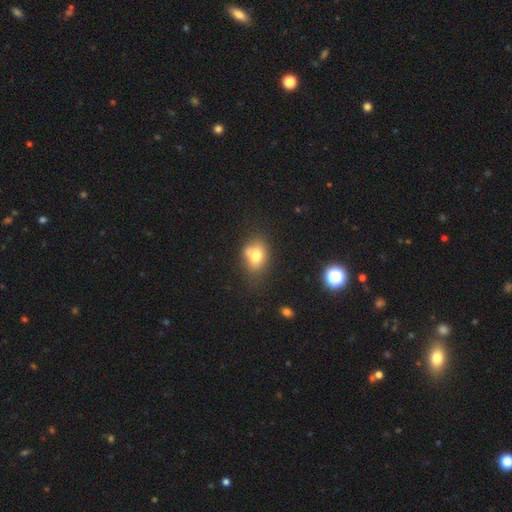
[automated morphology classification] The model was most divided on "merging": none: 52%, merger: 22%, minor disturbance: 20%, major disturbance: 6%. More confident: smooth or featured — smooth (73%); how rounded — in between (64%).